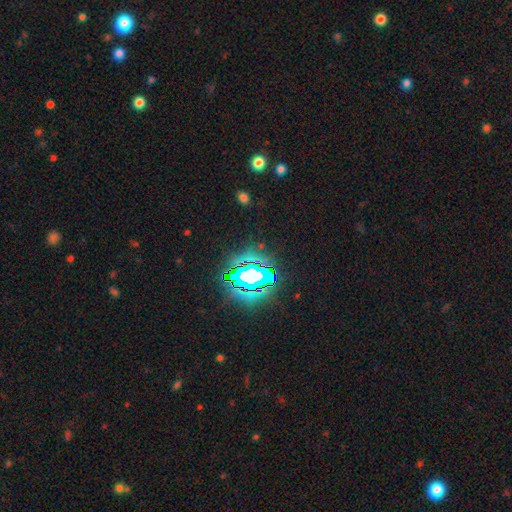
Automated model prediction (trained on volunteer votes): A star or artifact, not a galaxy (82%).